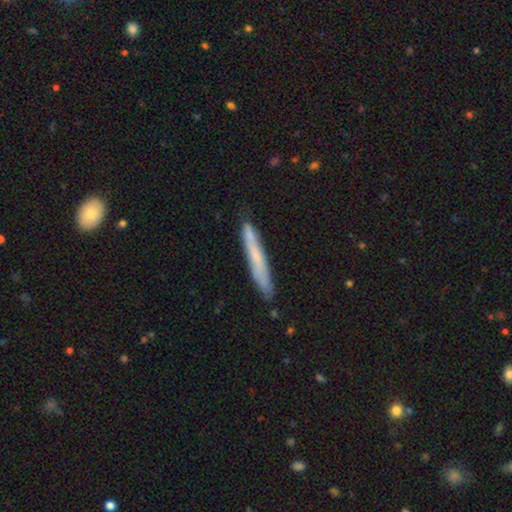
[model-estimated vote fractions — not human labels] Morphology: type=smooth (61%); roundness=cigar-shaped (96%); merging=none (83%).